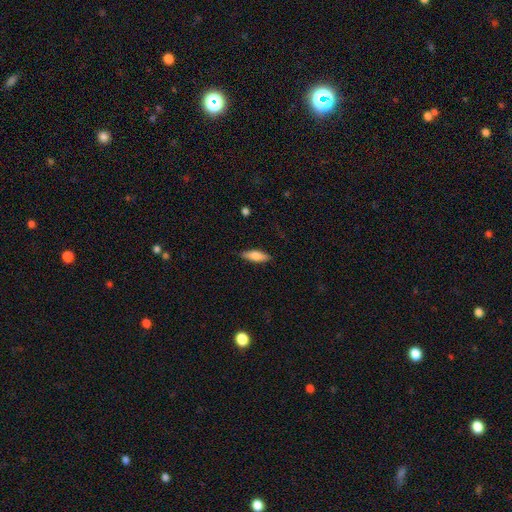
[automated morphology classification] Smooth or featured: smooth — 74% (featured or disk — 20%)
How rounded: in between — 58% (cigar-shaped — 40%)
Merging: none — 84% (minor disturbance — 12%)